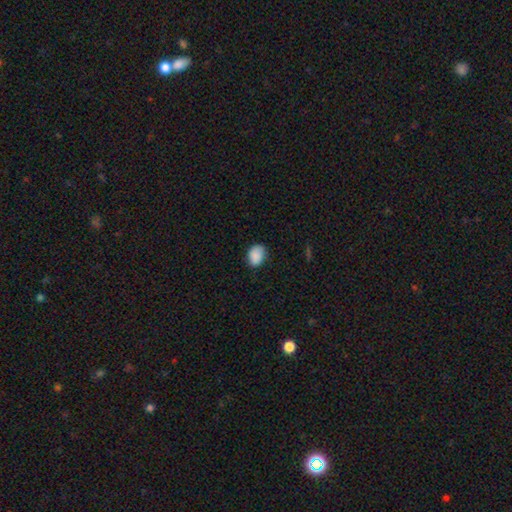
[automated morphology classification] Smooth or featured?
  - smooth: 87% *
  - star or artifact: 8%
  - featured or disk: 6%
How rounded?
  - in between: 67% *
  - round: 32%
  - cigar-shaped: 1%
Merging?
  - none: 72% *
  - minor disturbance: 23%
  - major disturbance: 4%
  - merger: 1%